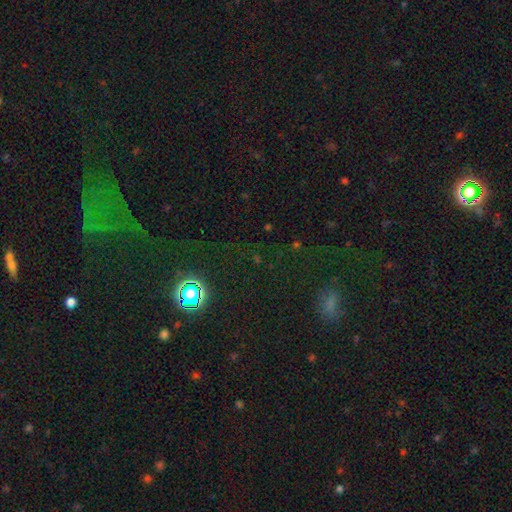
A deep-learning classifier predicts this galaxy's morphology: Smooth or featured? star or artifact (64%)